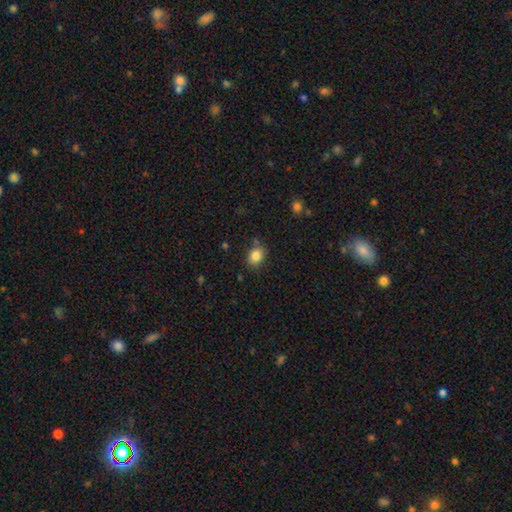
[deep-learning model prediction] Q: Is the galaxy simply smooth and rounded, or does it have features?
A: smooth — 84%.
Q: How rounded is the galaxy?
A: in between — 59%.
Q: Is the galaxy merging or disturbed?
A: none — 77%.